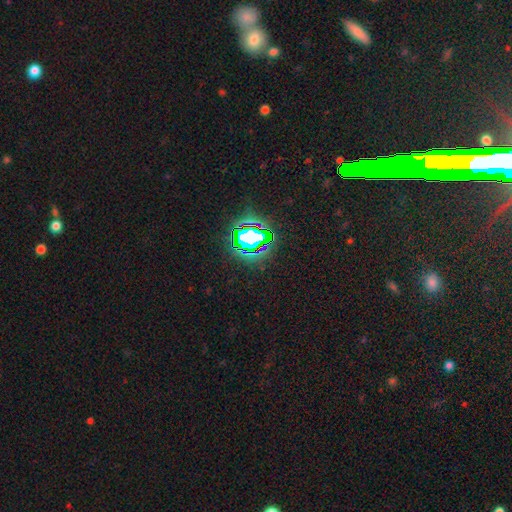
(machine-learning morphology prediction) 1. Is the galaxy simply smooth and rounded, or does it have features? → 82% star or artifact, 11% smooth, 8% featured or disk.